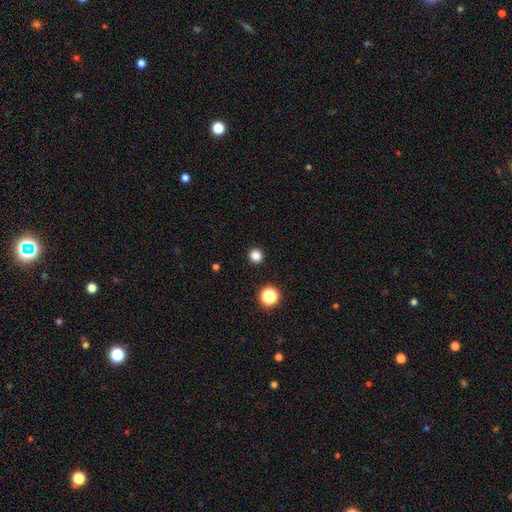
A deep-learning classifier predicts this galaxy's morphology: Smooth or featured?
  - smooth: 83% *
  - star or artifact: 13%
  - featured or disk: 3%
How rounded?
  - round: 95% *
  - in between: 4%
  - cigar-shaped: 1%
Merging?
  - none: 93% *
  - minor disturbance: 4%
  - major disturbance: 2%
  - merger: 1%